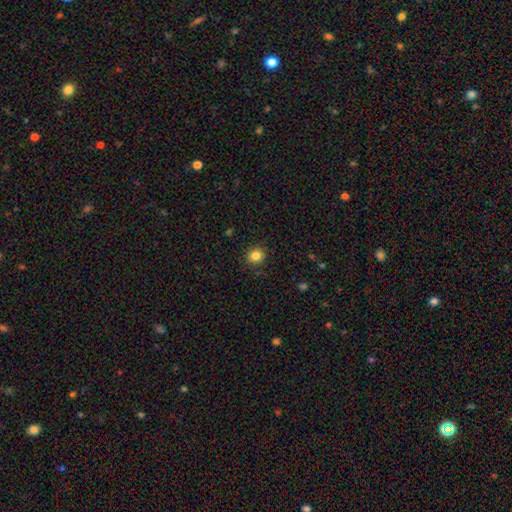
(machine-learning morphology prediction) Smooth or featured: smooth — 84% (star or artifact — 11%)
How rounded: round — 81% (in between — 18%)
Merging: none — 90% (minor disturbance — 7%)